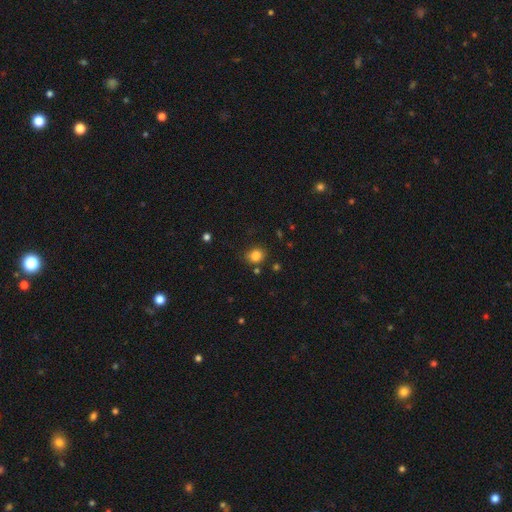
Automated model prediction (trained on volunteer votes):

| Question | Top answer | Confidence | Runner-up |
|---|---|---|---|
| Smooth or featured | smooth | 83% | star or artifact (12%) |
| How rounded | round | 67% | in between (32%) |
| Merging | none | 74% | minor disturbance (16%) |